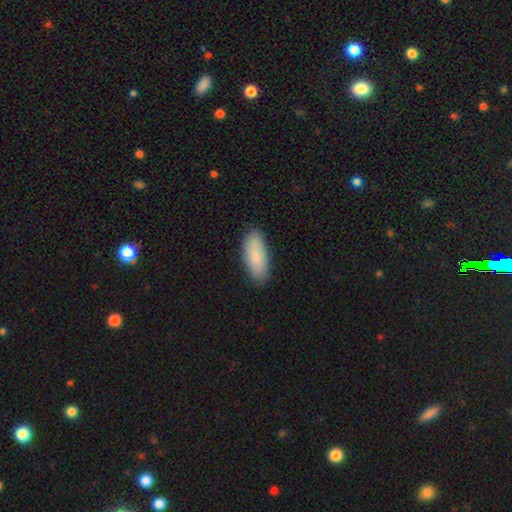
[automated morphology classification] This appears to be a smooth galaxy with no disk features (83%) that is in between round and cigar-shaped (83%). Merging: none (85%).